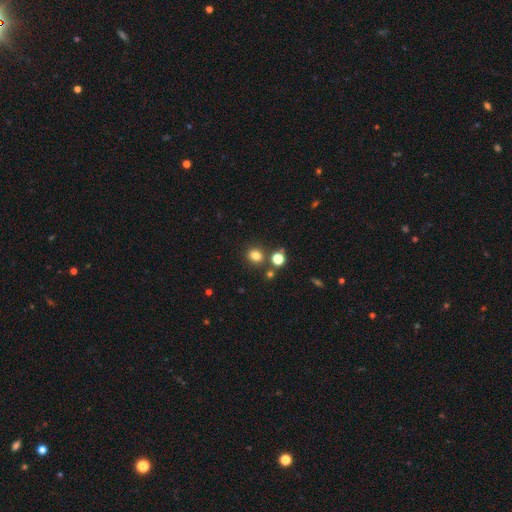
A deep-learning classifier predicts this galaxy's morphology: smooth-or-featured: smooth: 79% | star or artifact: 16% | featured or disk: 6%
  how-rounded: round: 74% | in between: 25% | cigar-shaped: 1%
  merging: none: 78% | merger: 10% | minor disturbance: 9% | major disturbance: 3%